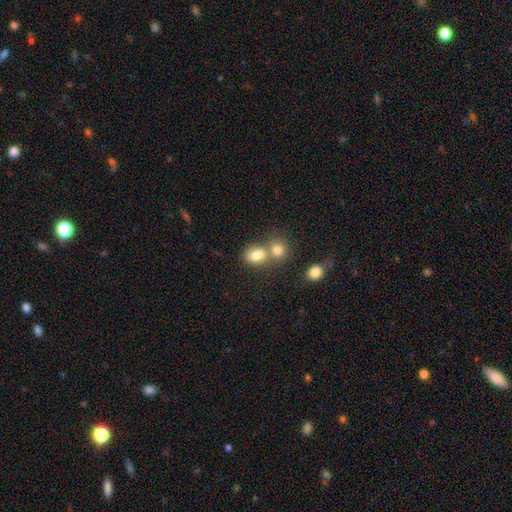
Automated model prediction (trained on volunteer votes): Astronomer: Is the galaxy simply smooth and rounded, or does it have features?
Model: smooth — 78%.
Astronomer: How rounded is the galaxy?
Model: round — 52% (runner-up: in between, 47%).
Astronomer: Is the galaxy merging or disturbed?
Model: merger — 51% (runner-up: none, 36%).